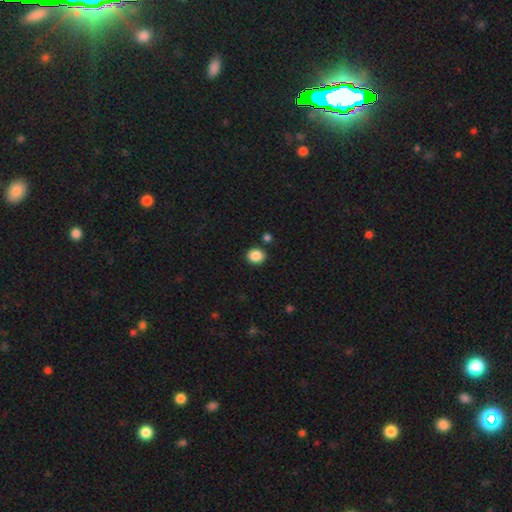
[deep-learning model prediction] Q: Smooth or featured?
A: smooth (87%); runner-up: star or artifact (9%)
Q: How rounded?
A: round (67%); runner-up: in between (33%)
Q: Merging?
A: none (87%); runner-up: minor disturbance (7%)